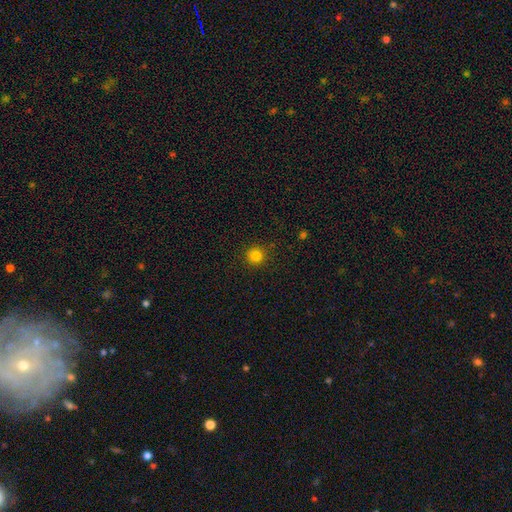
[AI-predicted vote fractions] Q: Smooth or featured?
A: smooth (82%); runner-up: star or artifact (14%)
Q: How rounded?
A: round (95%); runner-up: in between (4%)
Q: Merging?
A: none (90%); runner-up: minor disturbance (6%)